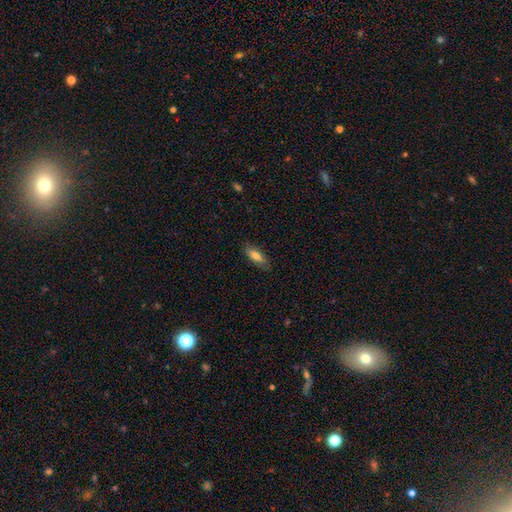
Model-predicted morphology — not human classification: Overall: smooth (72%). How rounded: in between (67%; cigar-shaped 31%). Merging: none (82%).